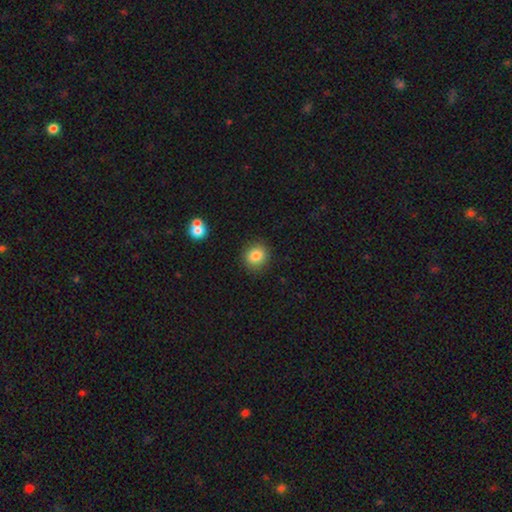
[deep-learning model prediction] Q: Smooth or featured?
A: smooth (84%); runner-up: star or artifact (10%)
Q: How rounded?
A: round (83%); runner-up: in between (16%)
Q: Merging?
A: none (88%); runner-up: minor disturbance (7%)